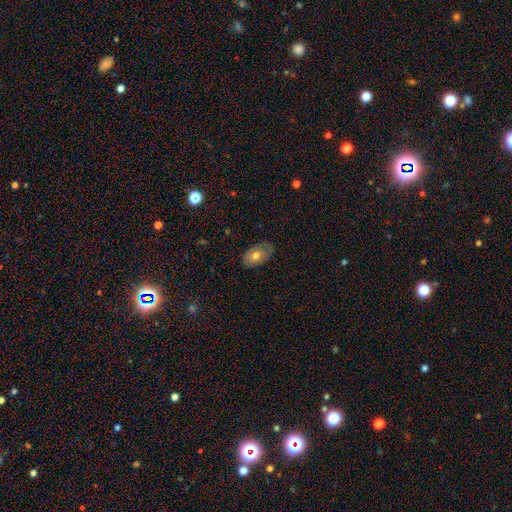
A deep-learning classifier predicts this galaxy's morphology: This is likely a smooth galaxy (66%). How rounded: clearly in between (91%). Merging: likely none (75%).